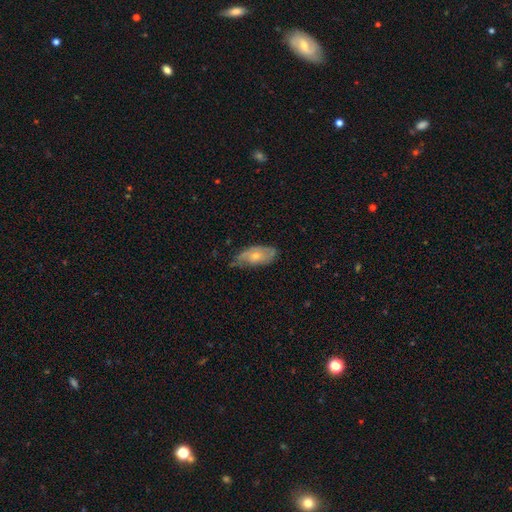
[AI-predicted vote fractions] Overall: featured or disk (50%; smooth 44%). Merging: none (57%; minor disturbance 33%).